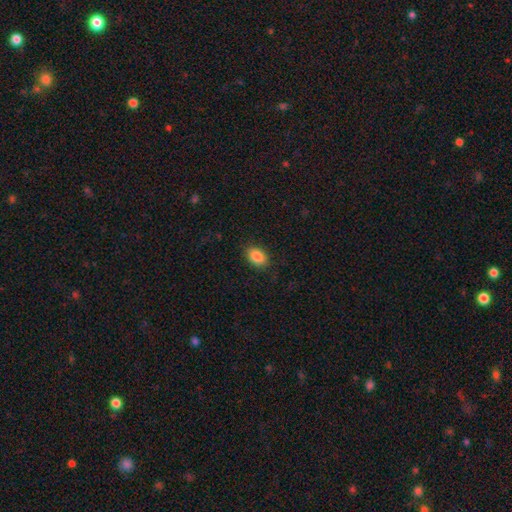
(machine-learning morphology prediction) This is clearly a smooth galaxy (86%). How rounded: clearly in between (83%). Merging: clearly none (87%).